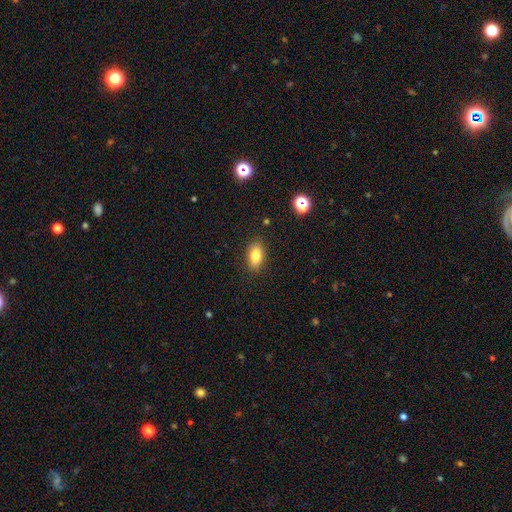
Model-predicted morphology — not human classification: Smooth or featured? smooth (82%)
How rounded? in between (88%)
Merging? none (87%)